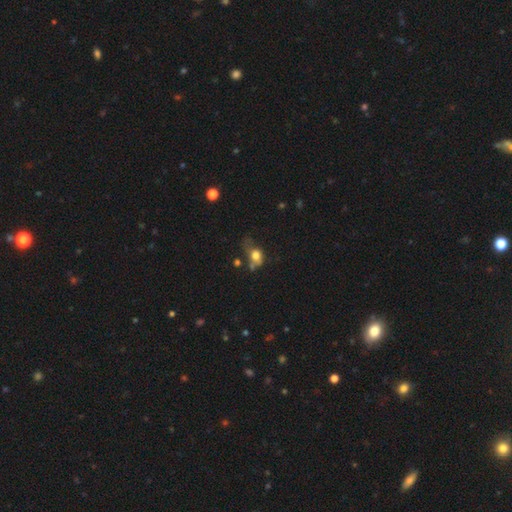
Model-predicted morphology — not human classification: A smooth galaxy with no disk features (70%) that is in between round and cigar-shaped (54%). Merging: major disturbance (31%).